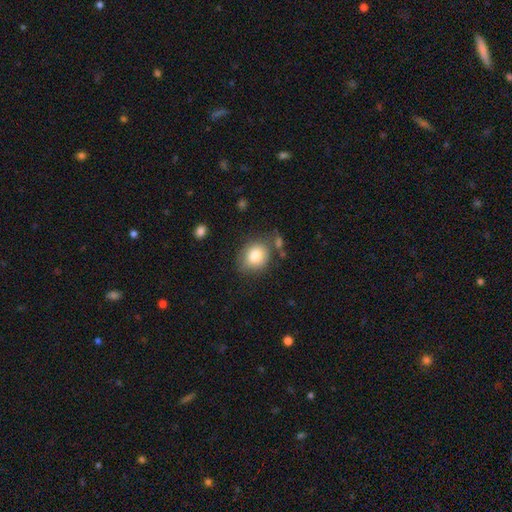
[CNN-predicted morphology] The model was most divided on "how rounded": round: 63%, in between: 36%, cigar-shaped: 1%. More confident: smooth or featured — smooth (81%); merging — none (72%).